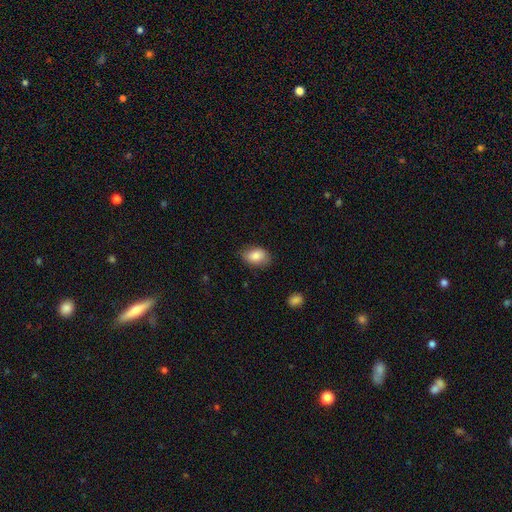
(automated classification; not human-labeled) Morphology: type=smooth (84%); roundness=in between (86%); merging=none (76%).